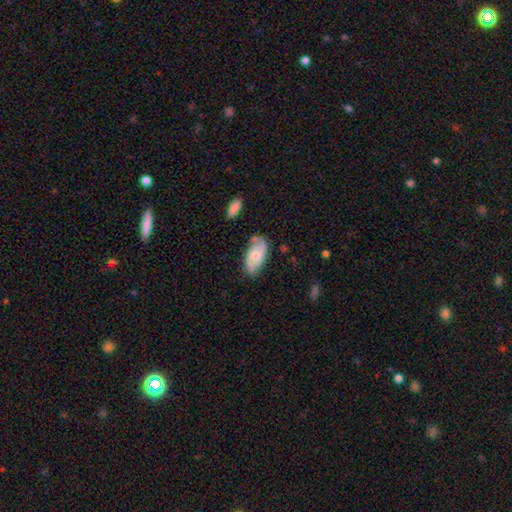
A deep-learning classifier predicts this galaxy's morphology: smooth-or-featured: featured or disk: 49% | smooth: 45% | star or artifact: 6%
  merging: none: 63% | minor disturbance: 25% | major disturbance: 6% | merger: 6%